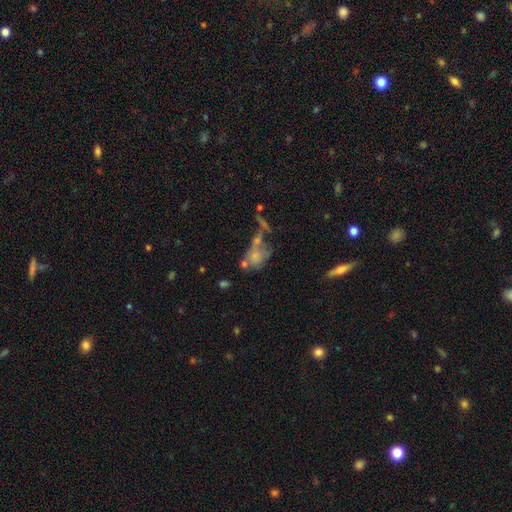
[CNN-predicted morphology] smooth 50%, featured or disk 37%, star or artifact 13%. Down the decision tree: how rounded — in between (71%); merging — merger (38%).